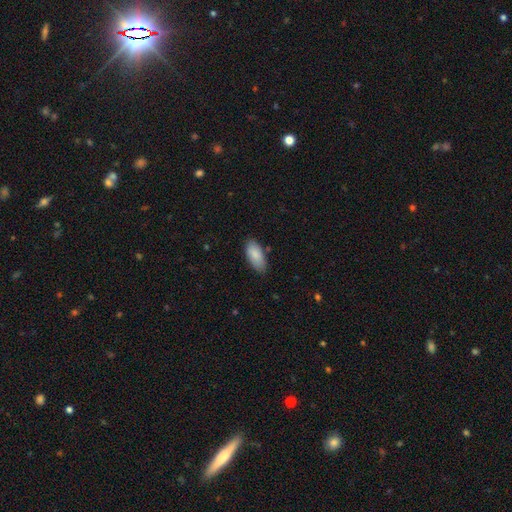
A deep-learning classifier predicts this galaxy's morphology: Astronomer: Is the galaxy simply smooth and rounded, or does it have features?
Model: smooth — 86%.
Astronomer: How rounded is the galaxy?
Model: in between — 90%.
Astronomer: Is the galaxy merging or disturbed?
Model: none — 79%.